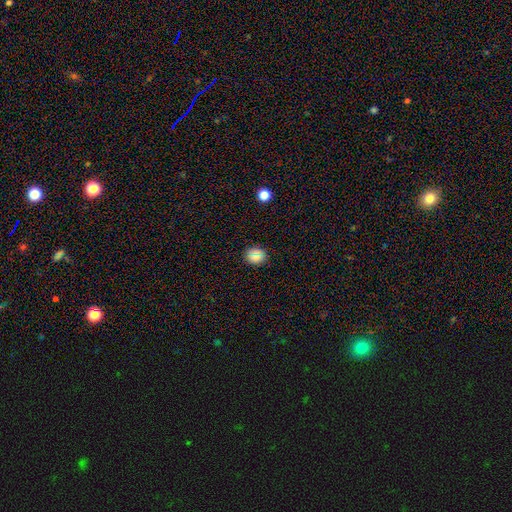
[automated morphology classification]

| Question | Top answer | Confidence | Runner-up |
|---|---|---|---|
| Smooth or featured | smooth | 75% | star or artifact (18%) |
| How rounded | round | 71% | in between (27%) |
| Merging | none | 88% | minor disturbance (9%) |